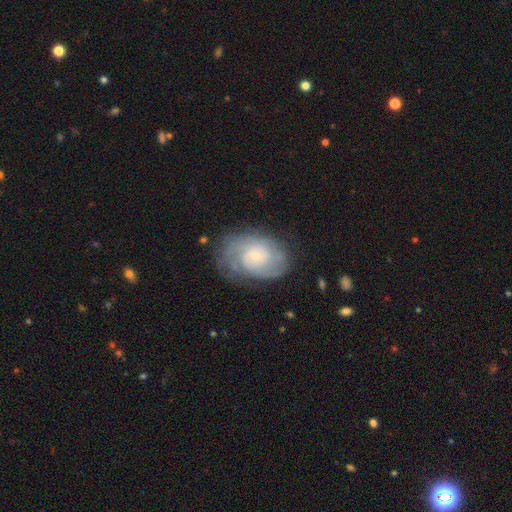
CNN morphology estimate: A featured or disk galaxy (77%) with no bar (67%), 2 (41%) tight (58%) spiral arms (93%) and a small central bulge (67%).

Vote fractions:
- Smooth or featured? featured or disk: 77% / smooth: 16% / star or artifact: 7%
- Edge-on disk? no: 97% / yes: 3%
- Bar? no: 67% / weak: 29% / strong: 4%
- Spiral arms? yes: 93% / no: 7%
- Spiral winding? tight: 58% / medium: 33% / loose: 9%
- Spiral arm count? 2: 41% / can't tell: 32% / 3: 13% / 4: 5% / 1: 5% / more than 4: 4%
- Bulge size? small: 67% / moderate: 18% / none: 9% / large: 4% / dominant: 1%
- Merging? none: 69% / minor disturbance: 20% / major disturbance: 9% / merger: 2%